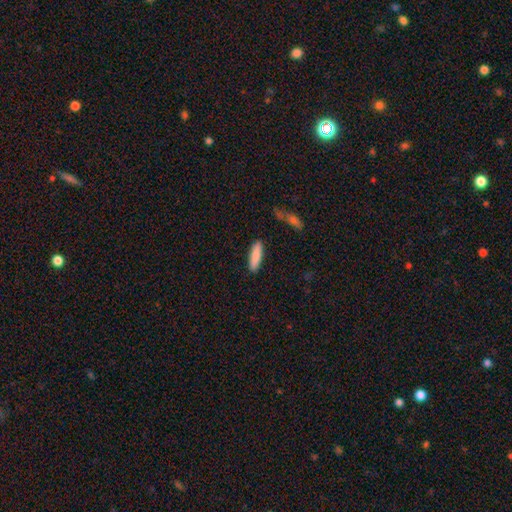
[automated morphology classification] Overall: smooth (87%). How rounded: cigar-shaped (68%; in between 31%). Merging: none (89%).